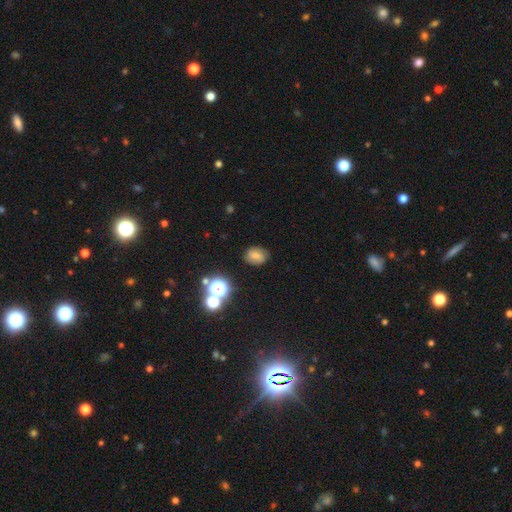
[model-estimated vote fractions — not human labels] Smooth or featured?
  - smooth: 61% *
  - featured or disk: 22%
  - star or artifact: 16%
How rounded?
  - in between: 52% *
  - round: 47%
  - cigar-shaped: 1%
Merging?
  - none: 81% *
  - minor disturbance: 13%
  - major disturbance: 4%
  - merger: 2%